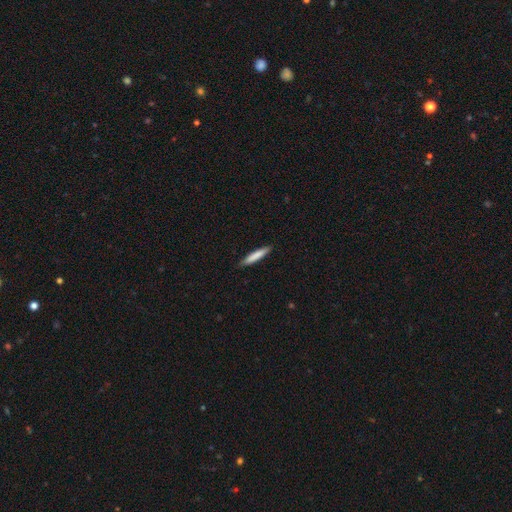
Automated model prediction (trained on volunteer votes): A smooth galaxy with no disk features (79%) that is cigar-shaped (93%). Merging: none (90%).